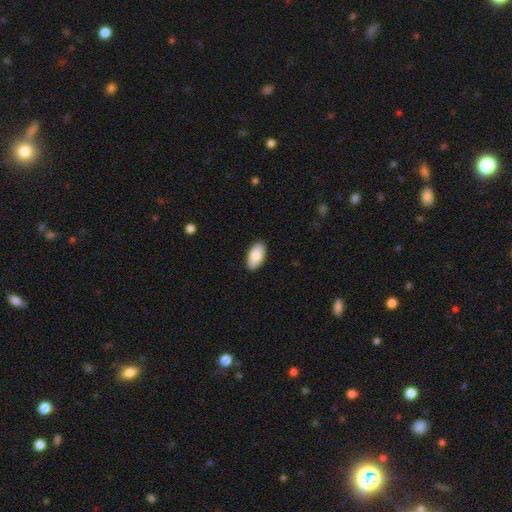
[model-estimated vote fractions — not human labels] This is clearly a smooth galaxy (81%). How rounded: clearly in between (95%). Merging: clearly none (88%).